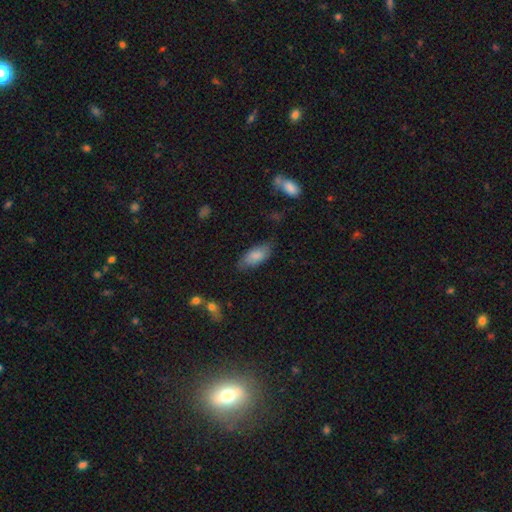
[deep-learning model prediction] smooth 82%, featured or disk 11%, star or artifact 7%. Down the decision tree: how rounded — in between (83%); merging — none (75%).